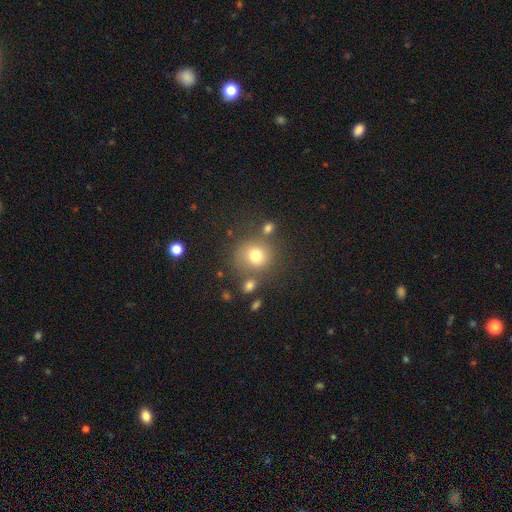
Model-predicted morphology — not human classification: A smooth galaxy with no disk features (75%) that is round (83%). Merging: none (68%).